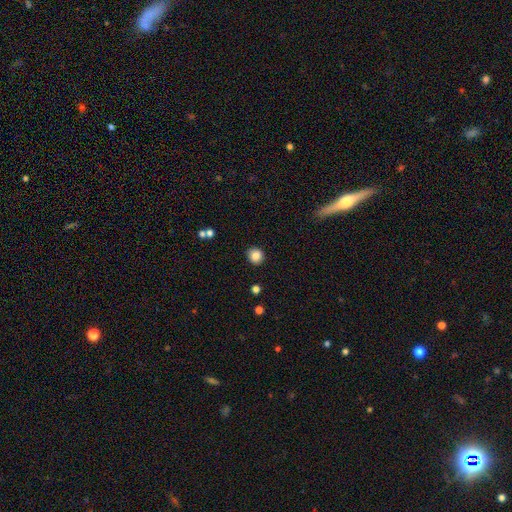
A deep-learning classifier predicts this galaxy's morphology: This is clearly a smooth galaxy (84%). How rounded: clearly round (86%). Merging: clearly none (90%).